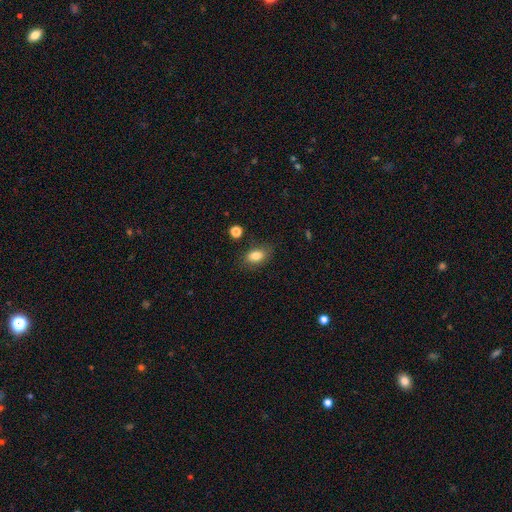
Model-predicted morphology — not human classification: Smooth or featured? smooth (82%)
How rounded? in between (85%)
Merging? none (78%)